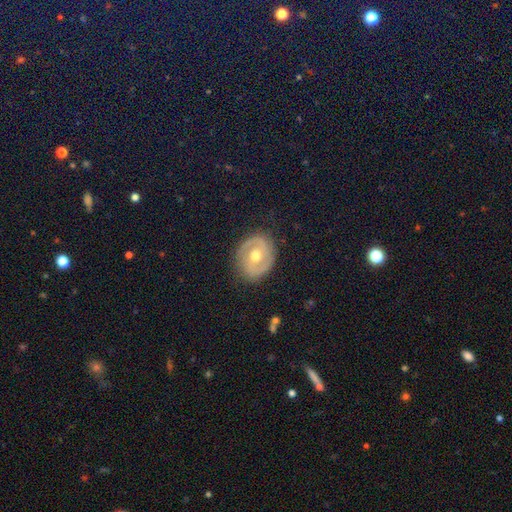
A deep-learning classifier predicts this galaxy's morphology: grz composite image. It shows a featured or disk galaxy (73%) with no bar (56%), 2 (82%) tight (46%) spiral arms (73%) and a moderate central bulge (79%). Merging: none (83%).